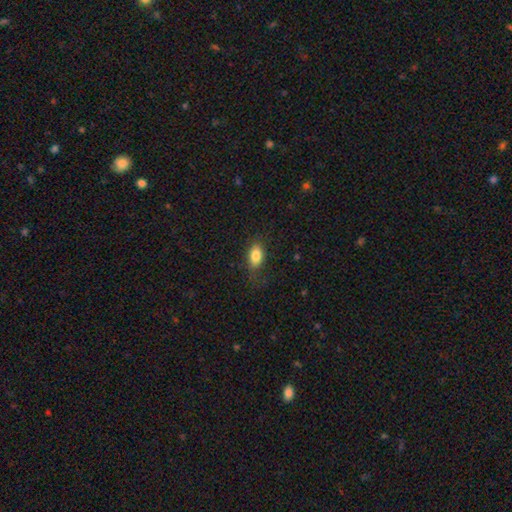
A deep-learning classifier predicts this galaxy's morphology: Smooth or featured: smooth — 83% (featured or disk — 9%)
How rounded: in between — 89% (round — 8%)
Merging: none — 77% (minor disturbance — 16%)